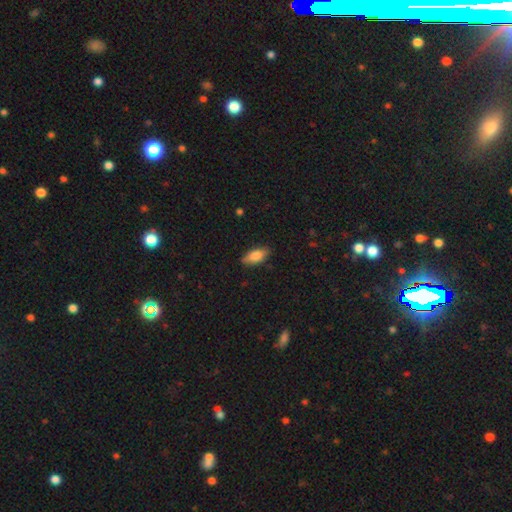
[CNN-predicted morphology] Q: Smooth or featured?
A: smooth (80%); runner-up: featured or disk (13%)
Q: How rounded?
A: in between (83%); runner-up: cigar-shaped (14%)
Q: Merging?
A: none (85%); runner-up: minor disturbance (12%)